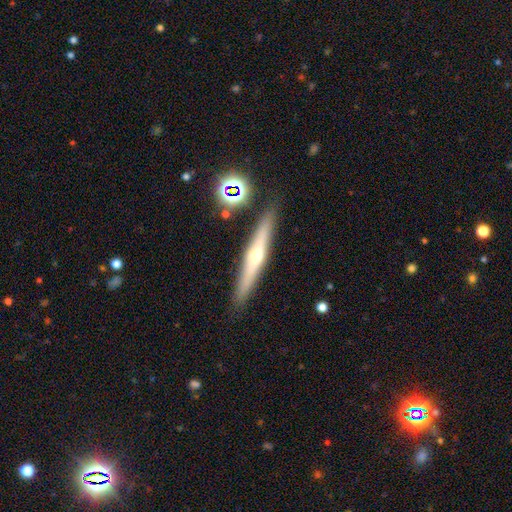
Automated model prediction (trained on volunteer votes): A featured or disk galaxy (62%) viewed edge-on (95%) with a rounded central bulge (84%). Merging: none (88%).